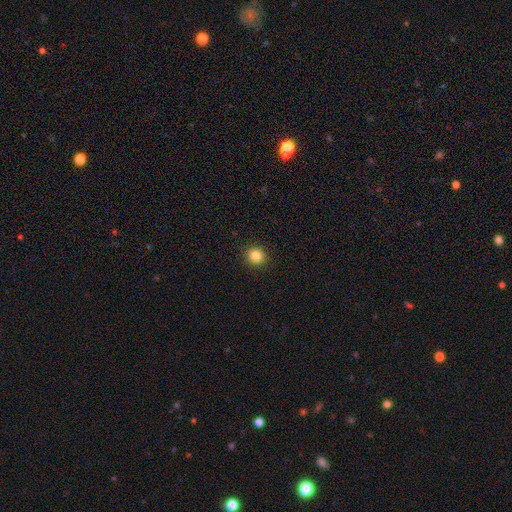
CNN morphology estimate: Overall: smooth (84%). How rounded: round (93%). Merging: none (92%).